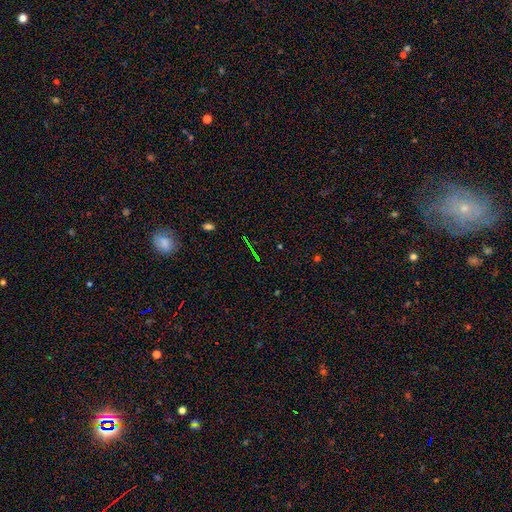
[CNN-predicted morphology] star or artifact 72%, smooth 15%, featured or disk 13%.